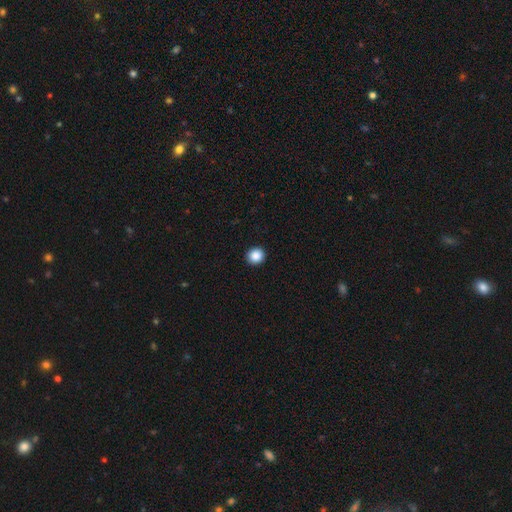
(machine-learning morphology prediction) Smooth or featured?
  - smooth: 88% *
  - star or artifact: 9%
  - featured or disk: 3%
How rounded?
  - round: 92% *
  - in between: 7%
  - cigar-shaped: 1%
Merging?
  - none: 94% *
  - minor disturbance: 4%
  - major disturbance: 1%
  - merger: 1%